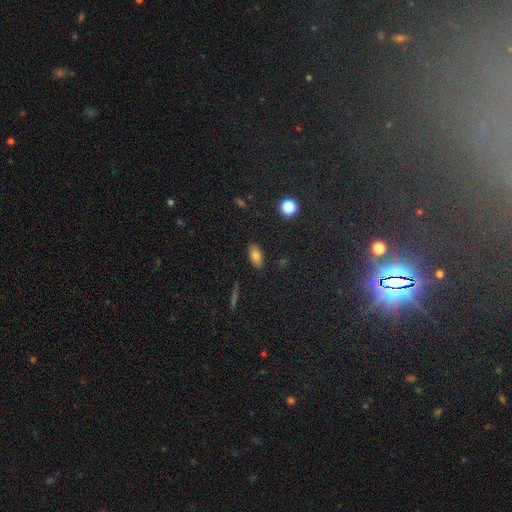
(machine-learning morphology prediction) Q: Smooth or featured?
A: smooth (78%); runner-up: featured or disk (11%)
Q: How rounded?
A: in between (89%); runner-up: cigar-shaped (6%)
Q: Merging?
A: none (87%); runner-up: minor disturbance (9%)